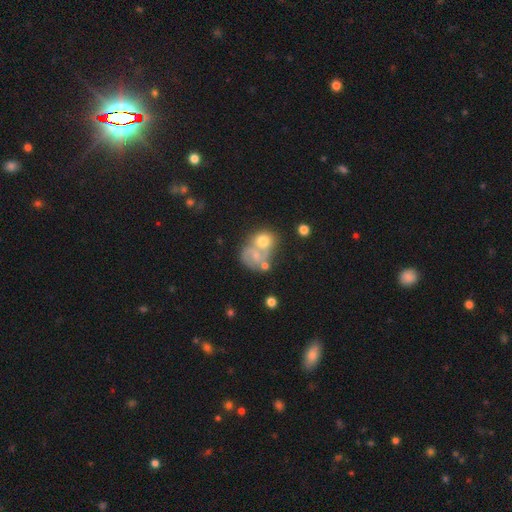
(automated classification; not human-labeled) Morphology: type=featured or disk (52%); edge-on=no (98%); bar=no (69%); spiral arms=yes (67%); bulge=small (42%); merging=merger (45%).